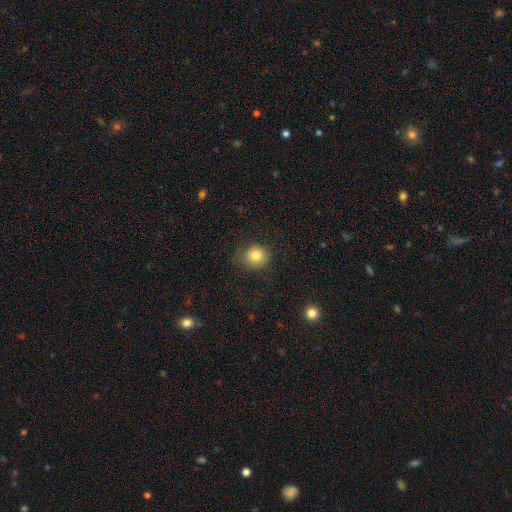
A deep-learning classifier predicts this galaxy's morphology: A smooth galaxy with no disk features (80%) that is round (82%). Merging: none (74%).